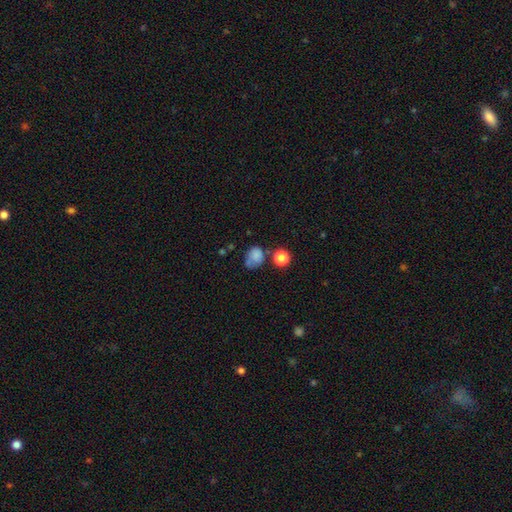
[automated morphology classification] This appears to be a smooth galaxy with no disk features (77%) that is round (52%). Merging: none (42%).